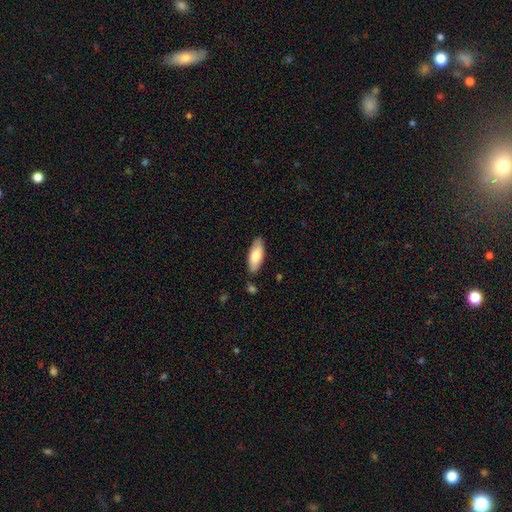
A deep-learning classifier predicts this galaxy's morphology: The model was most divided on "how rounded": in between: 73%, cigar-shaped: 25%, round: 2%. More confident: merging — none (83%); smooth or featured — smooth (76%).